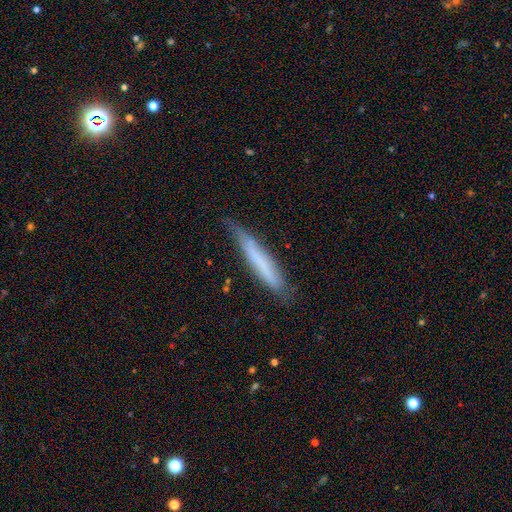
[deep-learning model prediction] Smooth or featured? smooth (63%)
How rounded? cigar-shaped (94%)
Merging? none (74%)